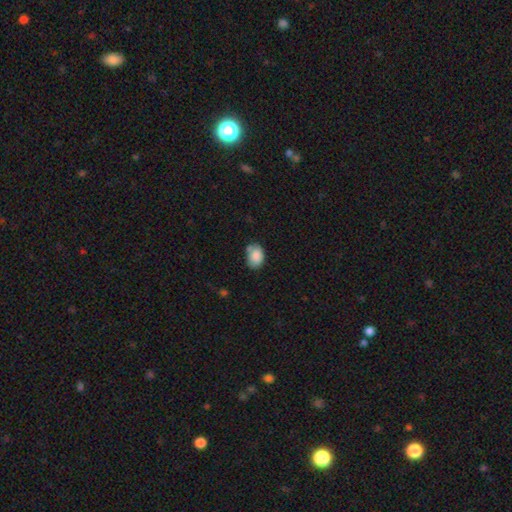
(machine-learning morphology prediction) smooth-or-featured: smooth: 84% | star or artifact: 8% | featured or disk: 8%
  how-rounded: in between: 77% | round: 22% | cigar-shaped: 1%
  merging: none: 59% | minor disturbance: 25% | merger: 12% | major disturbance: 5%